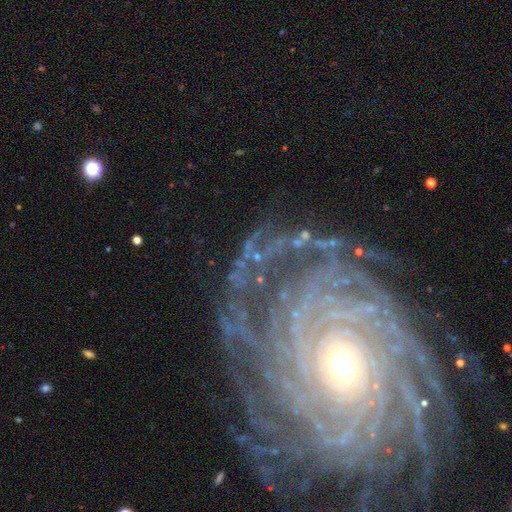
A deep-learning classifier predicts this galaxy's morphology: Smooth or featured?
  - featured or disk: 81% *
  - star or artifact: 13%
  - smooth: 6%
Edge-on disk?
  - no: 96% *
  - yes: 4%
Bar?
  - no: 55% *
  - weak: 25%
  - strong: 20%
Spiral arms?
  - yes: 96% *
  - no: 4%
Spiral winding?
  - tight: 78% *
  - medium: 17%
  - loose: 5%
Spiral arm count?
  - more than 4: 28% *
  - can't tell: 24%
  - 4: 15%
  - 3: 13%
  - 2: 12%
  - 1: 9%
Bulge size?
  - small: 59% *
  - moderate: 30%
  - large: 5%
  - none: 4%
  - dominant: 2%
Merging?
  - none: 72% *
  - minor disturbance: 14%
  - major disturbance: 12%
  - merger: 2%